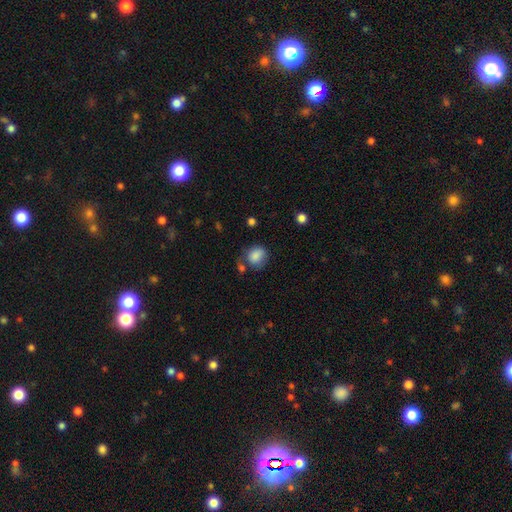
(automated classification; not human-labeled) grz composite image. It shows a smooth galaxy with no disk features (84%) that is round (67%). Merging: none (58%).